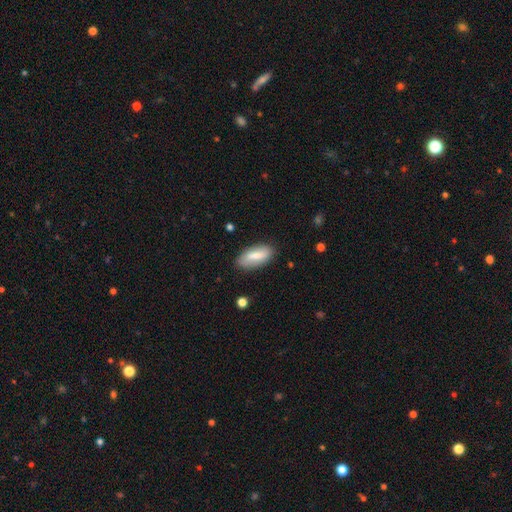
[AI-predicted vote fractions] A smooth galaxy with no disk features (76%) that is in between round and cigar-shaped (84%).

Vote fractions:
- Smooth or featured? smooth: 76% / featured or disk: 18% / star or artifact: 6%
- How rounded? in between: 84% / cigar-shaped: 14% / round: 2%
- Merging? none: 81% / minor disturbance: 14% / major disturbance: 3% / merger: 2%